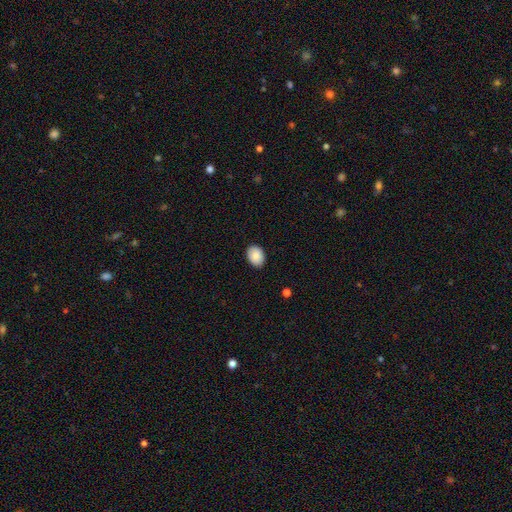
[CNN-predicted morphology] Smooth or featured?
  - smooth: 88% *
  - star or artifact: 7%
  - featured or disk: 4%
How rounded?
  - in between: 75% *
  - round: 24%
  - cigar-shaped: 1%
Merging?
  - none: 88% *
  - minor disturbance: 9%
  - major disturbance: 2%
  - merger: 1%